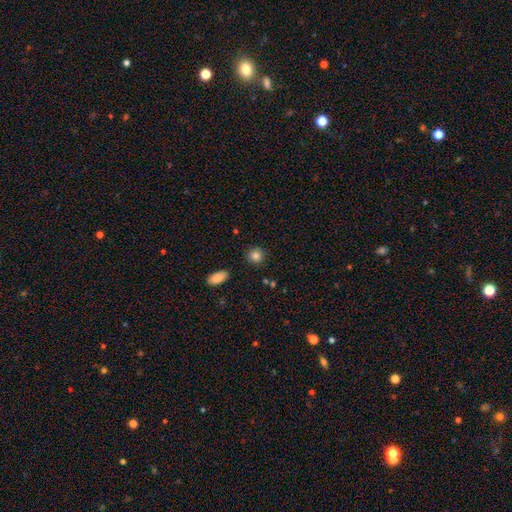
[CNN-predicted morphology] smooth 85%, star or artifact 9%, featured or disk 6%. Down the decision tree: how rounded — round (88%); merging — none (89%).